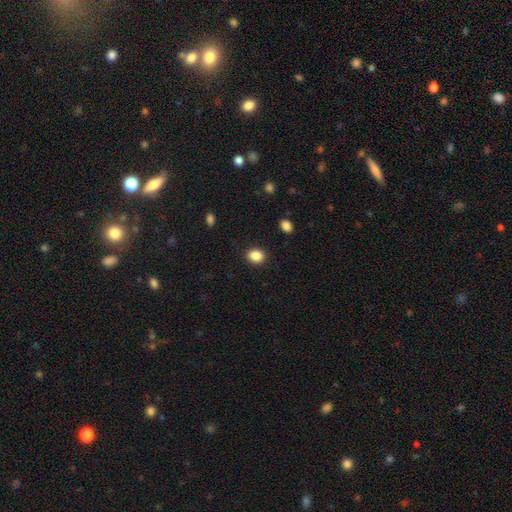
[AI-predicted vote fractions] The model was most divided on "how rounded": round: 52%, in between: 47%, cigar-shaped: 1%. More confident: merging — none (90%); smooth or featured — smooth (87%).